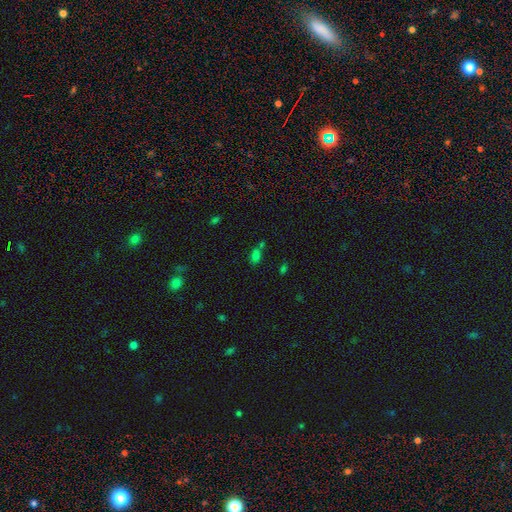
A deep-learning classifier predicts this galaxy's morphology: This appears to be a smooth galaxy with no disk features (64%) that is in between round and cigar-shaped (76%). Merging: none (48%).